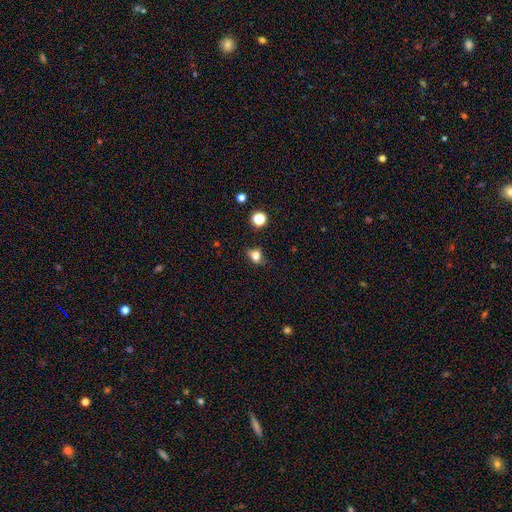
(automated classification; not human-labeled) The model was most divided on "how rounded": in between: 51%, round: 47%, cigar-shaped: 2%. More confident: smooth or featured — smooth (78%); merging — none (73%).